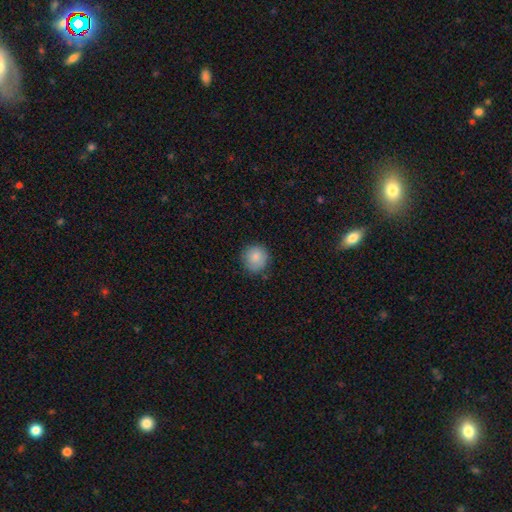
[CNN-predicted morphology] This appears to be a smooth galaxy with no disk features (84%) that is round (92%). Merging: none (85%).